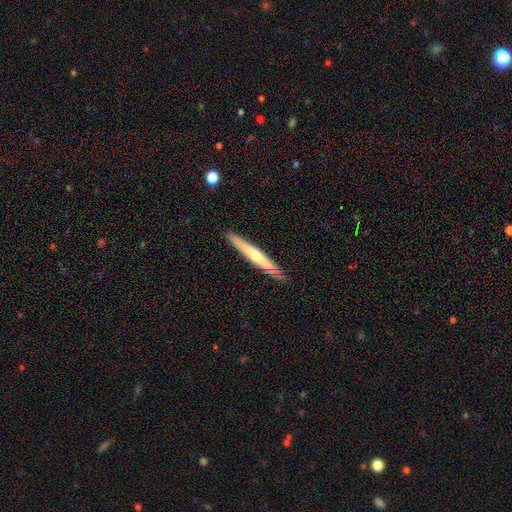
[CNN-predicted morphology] smooth-or-featured: featured or disk: 48% | smooth: 47% | star or artifact: 5%
  merging: none: 88% | minor disturbance: 9% | major disturbance: 2% | merger: 1%